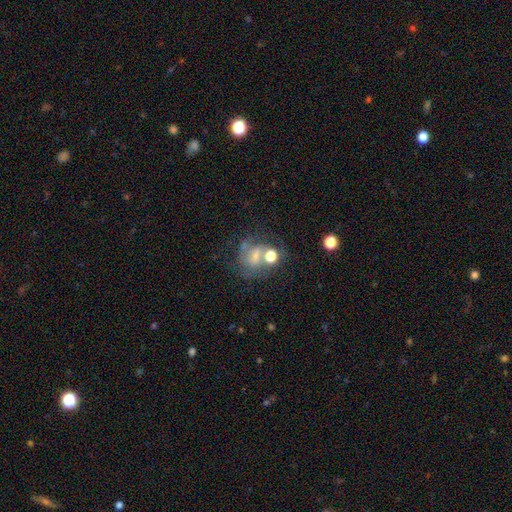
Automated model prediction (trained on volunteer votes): Morphology: type=featured or disk (48%); merging=none (40%).